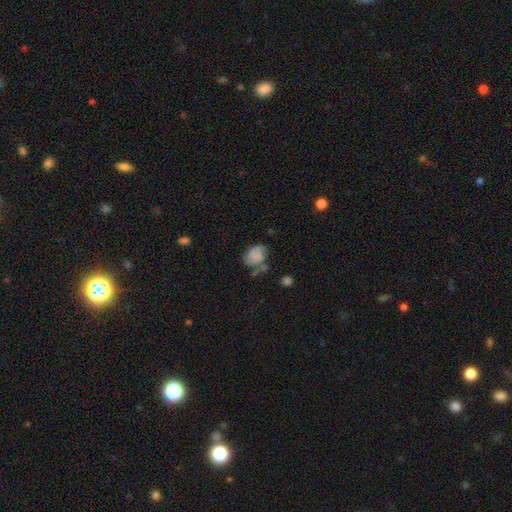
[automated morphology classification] This is likely a smooth galaxy (62%). How rounded: likely in between (68%). Merging: marginally none (39%).